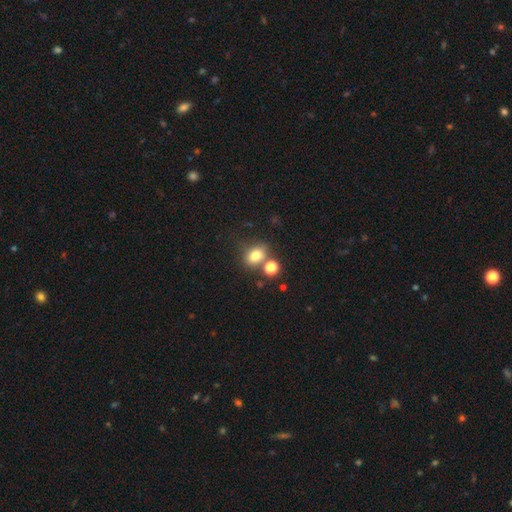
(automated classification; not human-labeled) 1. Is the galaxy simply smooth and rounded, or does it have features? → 76% smooth, 14% star or artifact, 10% featured or disk.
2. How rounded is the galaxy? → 52% round, 47% in between, 1% cigar-shaped.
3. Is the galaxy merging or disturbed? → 59% none, 23% merger, 13% minor disturbance, 5% major disturbance.